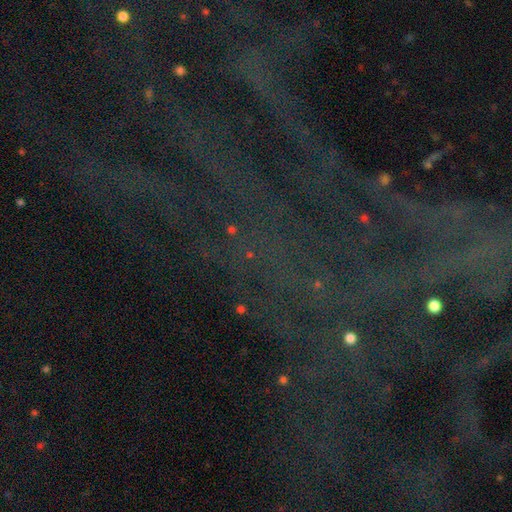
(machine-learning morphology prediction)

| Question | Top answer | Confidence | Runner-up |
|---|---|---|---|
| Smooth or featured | star or artifact | 82% | featured or disk (10%) |